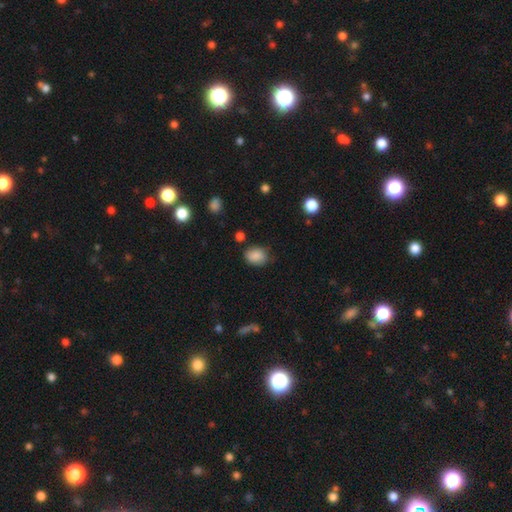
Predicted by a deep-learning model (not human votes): Smooth or featured: smooth — 87% (star or artifact — 9%)
How rounded: in between — 60% (round — 39%)
Merging: none — 74% (minor disturbance — 19%)